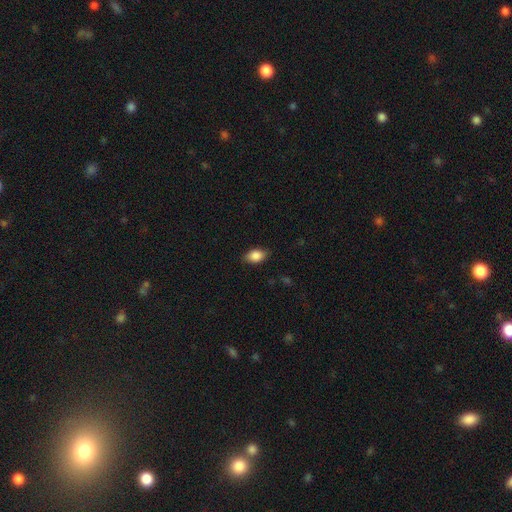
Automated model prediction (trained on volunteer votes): smooth 87%, star or artifact 7%, featured or disk 6%. Down the decision tree: how rounded — in between (86%); merging — none (83%).